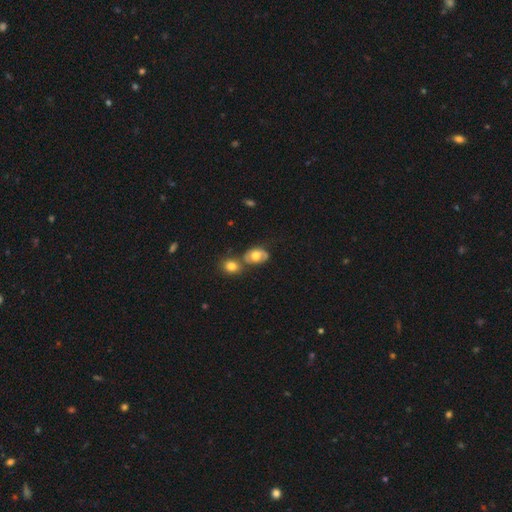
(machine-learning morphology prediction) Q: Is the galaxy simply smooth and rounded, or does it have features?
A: smooth — 55%.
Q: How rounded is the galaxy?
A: in between — 73%.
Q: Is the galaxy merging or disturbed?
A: none — 43%.